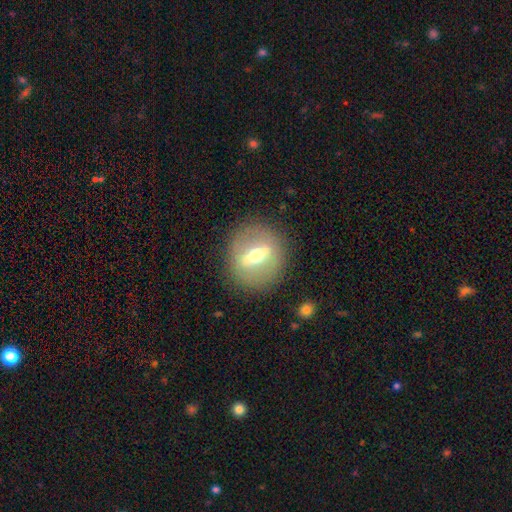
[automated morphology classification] Overall: featured or disk (65%; smooth 27%). Edge-on disk: no (62%; yes 38%). Merging: none (87%).